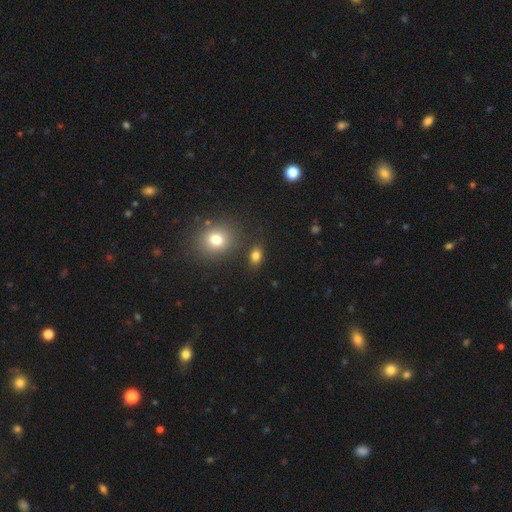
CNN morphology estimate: smooth-or-featured: smooth: 80% | star or artifact: 13% | featured or disk: 6%
  how-rounded: in between: 72% | round: 27% | cigar-shaped: 2%
  merging: none: 82% | minor disturbance: 10% | merger: 5% | major disturbance: 3%